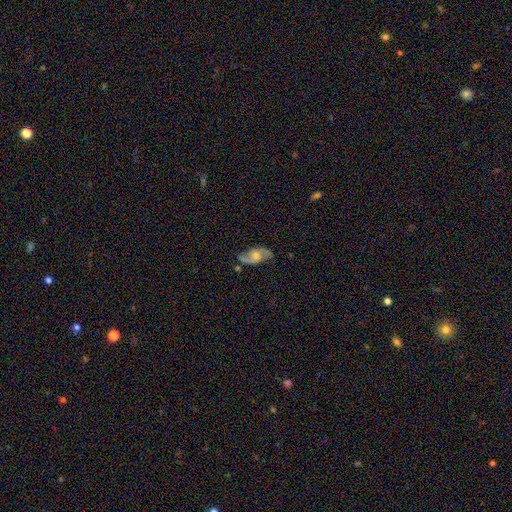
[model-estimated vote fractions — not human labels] smooth-or-featured: featured or disk: 75% | smooth: 18% | star or artifact: 7%
  disk-edge-on: no: 94% | yes: 6%
    bar: no: 64% | weak: 29% | strong: 6%
    has-spiral-arms: yes: 91% | no: 9%
      spiral-winding: loose: 42% (tied) | medium: 42% (tied) | tight: 16%
      spiral-arm-count: 2: 89% | can't tell: 5% | 1: 2% | 3: 1% | 4: 1% | more than 4: 1%
    bulge-size: moderate: 57% | small: 36% | large: 3% | none: 3% | dominant: 1%
  merging: none: 74% | minor disturbance: 18% | major disturbance: 6% | merger: 2%